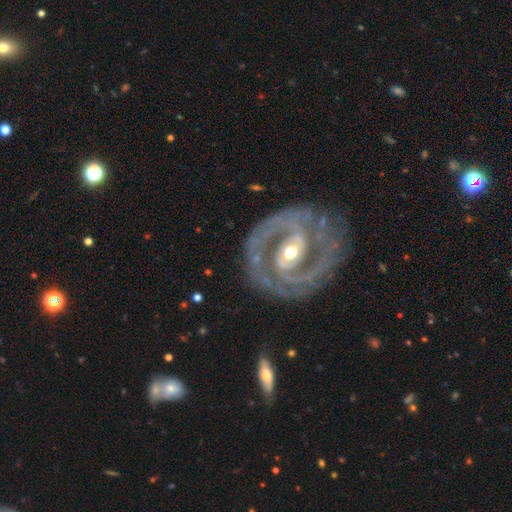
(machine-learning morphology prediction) A featured or disk galaxy (91%) with a strong bar (37%), 2 (79%) tight (58%) spiral arms (96%) and a moderate central bulge (59%). Merging: none (76%).